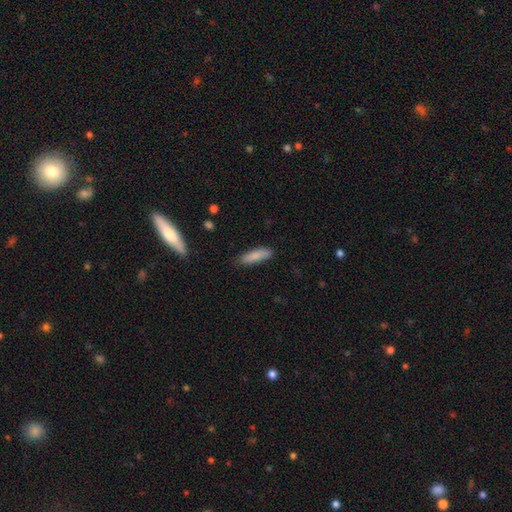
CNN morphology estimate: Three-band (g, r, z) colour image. It shows a smooth galaxy with no disk features (85%) that is cigar-shaped (64%). Merging: none (82%).